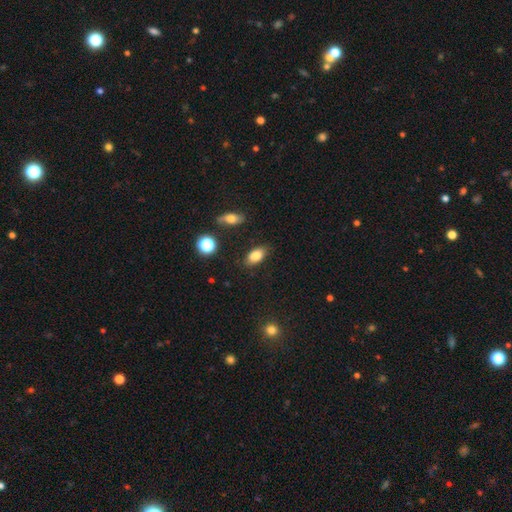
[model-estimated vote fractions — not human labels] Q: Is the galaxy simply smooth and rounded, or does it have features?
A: smooth — 81%.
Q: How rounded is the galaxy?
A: in between — 89%.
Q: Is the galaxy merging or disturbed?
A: none — 82%.